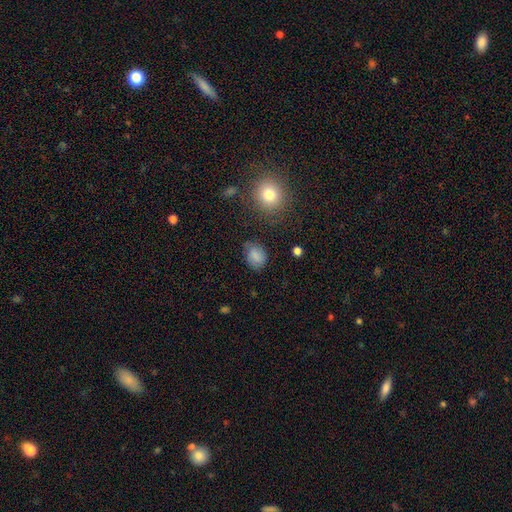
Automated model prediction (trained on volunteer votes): A smooth galaxy with no disk features (83%) that is in between round and cigar-shaped (60%).

Vote fractions:
- Smooth or featured? smooth: 83% / star or artifact: 10% / featured or disk: 7%
- How rounded? in between: 60% / round: 39% / cigar-shaped: 1%
- Merging? none: 71% / minor disturbance: 21% / major disturbance: 6% / merger: 2%